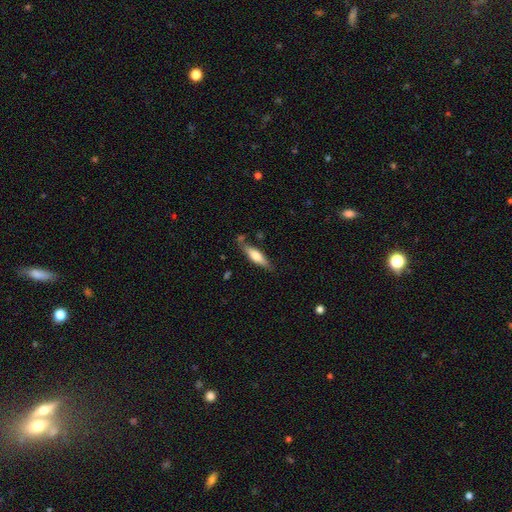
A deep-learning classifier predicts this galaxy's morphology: Q: Smooth or featured?
A: smooth (60%); runner-up: featured or disk (34%)
Q: How rounded?
A: cigar-shaped (64%); runner-up: in between (35%)
Q: Merging?
A: none (74%); runner-up: minor disturbance (17%)